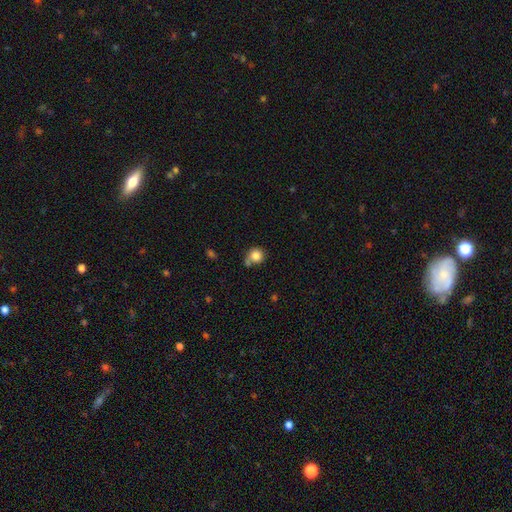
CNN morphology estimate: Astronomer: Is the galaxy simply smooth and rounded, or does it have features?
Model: smooth — 82%.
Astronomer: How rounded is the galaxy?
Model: round — 85%.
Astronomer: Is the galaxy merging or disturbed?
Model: none — 52%.